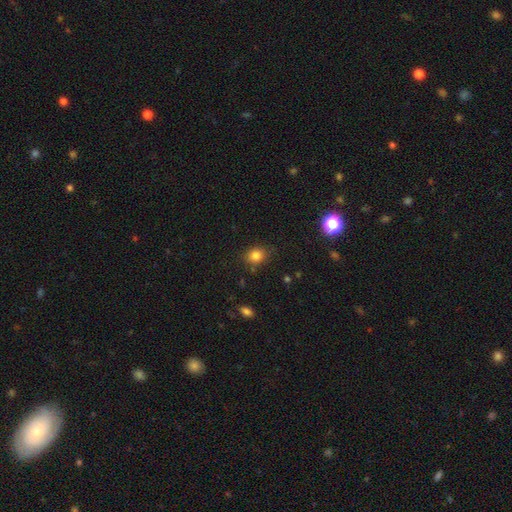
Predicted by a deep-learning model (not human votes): smooth 81%, star or artifact 13%, featured or disk 6%. Down the decision tree: how rounded — round (65%); merging — none (81%).